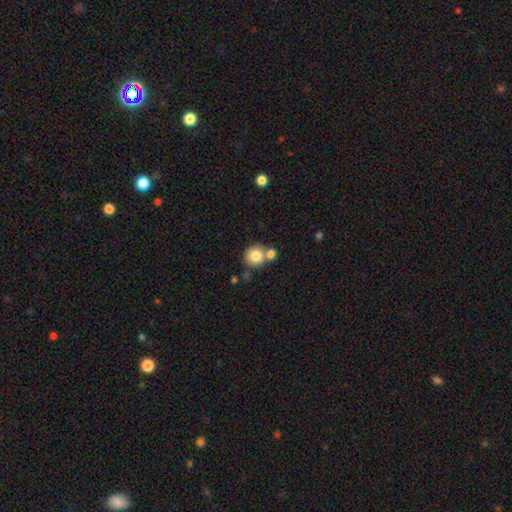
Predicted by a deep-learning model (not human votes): Q: Smooth or featured?
A: smooth (82%); runner-up: featured or disk (9%)
Q: How rounded?
A: round (88%); runner-up: in between (11%)
Q: Merging?
A: none (53%); runner-up: merger (35%)